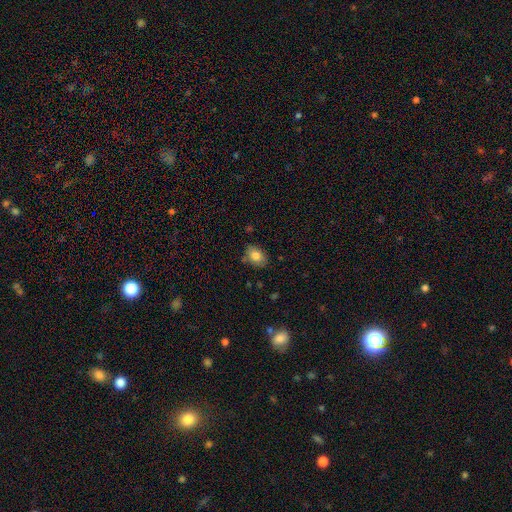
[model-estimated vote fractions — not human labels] The model was most divided on "how rounded": in between: 73%, round: 26%, cigar-shaped: 1%. More confident: smooth or featured — smooth (80%); merging — none (77%).